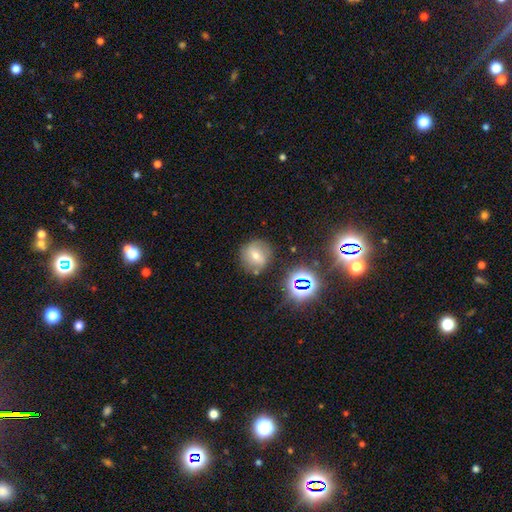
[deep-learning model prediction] A smooth galaxy with no disk features (51%) that is round (87%).

Vote fractions:
- Smooth or featured? smooth: 51% / featured or disk: 29% / star or artifact: 20%
- How rounded? round: 87% / in between: 11% / cigar-shaped: 1%
- Merging? none: 76% / minor disturbance: 14% / merger: 5% / major disturbance: 5%